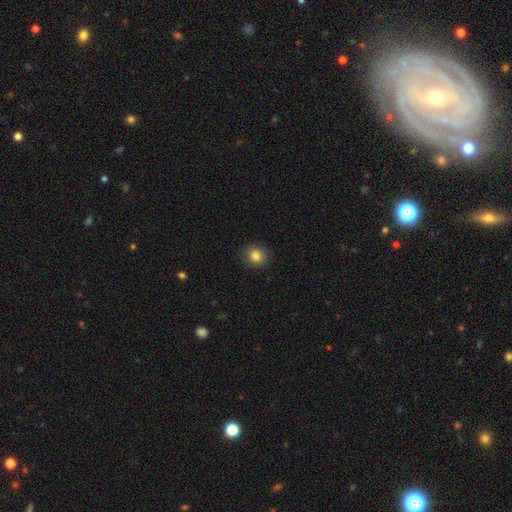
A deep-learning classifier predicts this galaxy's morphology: Q: Smooth or featured?
A: smooth (83%); runner-up: star or artifact (10%)
Q: How rounded?
A: round (81%); runner-up: in between (18%)
Q: Merging?
A: none (88%); runner-up: minor disturbance (8%)